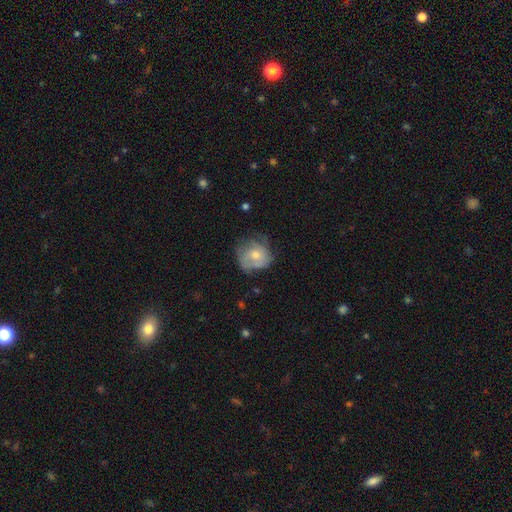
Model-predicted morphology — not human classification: A smooth galaxy with no disk features (50%). Merging: none (50%).